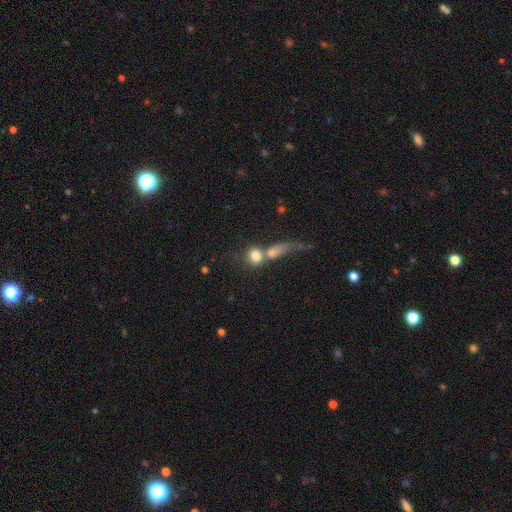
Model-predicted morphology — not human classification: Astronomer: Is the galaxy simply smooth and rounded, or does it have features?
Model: smooth — 76%.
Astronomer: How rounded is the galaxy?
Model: round — 63%.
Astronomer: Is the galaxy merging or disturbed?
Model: merger — 53%.